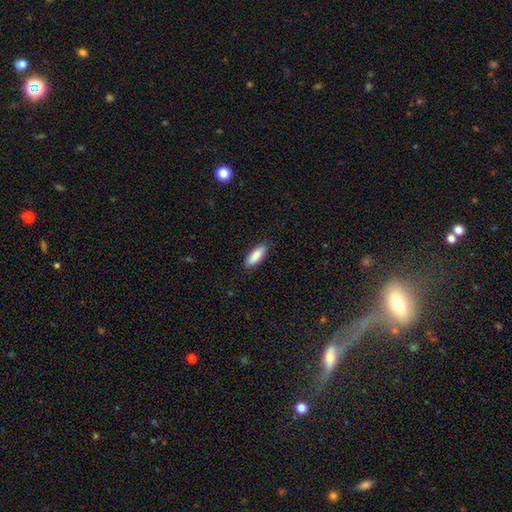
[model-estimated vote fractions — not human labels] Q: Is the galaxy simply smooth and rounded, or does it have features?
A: smooth — 88%.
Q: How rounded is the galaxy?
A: in between — 63%.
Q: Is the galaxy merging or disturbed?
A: none — 88%.